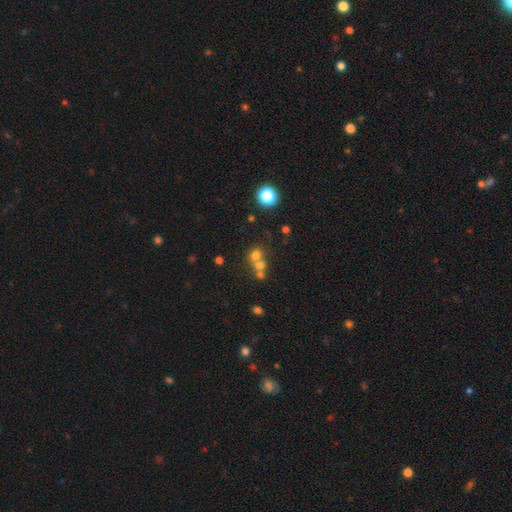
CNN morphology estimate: This is likely a smooth galaxy (64%). How rounded: clearly round (82%). Merging: possibly merger (54%).